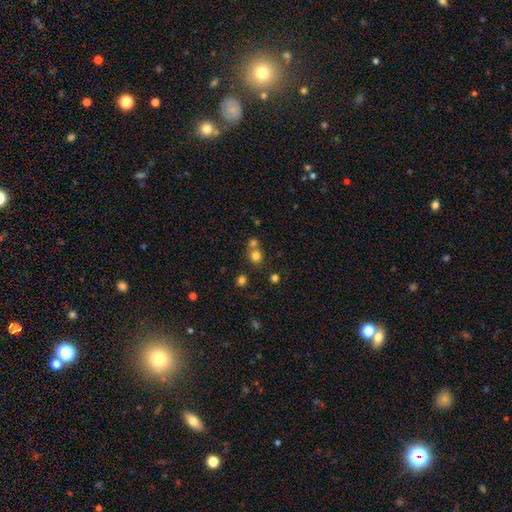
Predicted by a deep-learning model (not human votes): smooth-or-featured: smooth: 76% | star or artifact: 15% | featured or disk: 9%
  how-rounded: round: 79% | in between: 20% | cigar-shaped: 1%
  merging: none: 49% | merger: 41% | minor disturbance: 7% | major disturbance: 3%